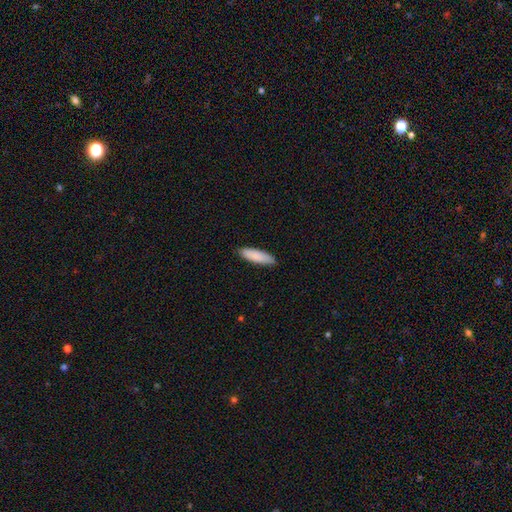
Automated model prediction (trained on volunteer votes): Morphology: type=smooth (88%); roundness=cigar-shaped (59%); merging=none (87%).